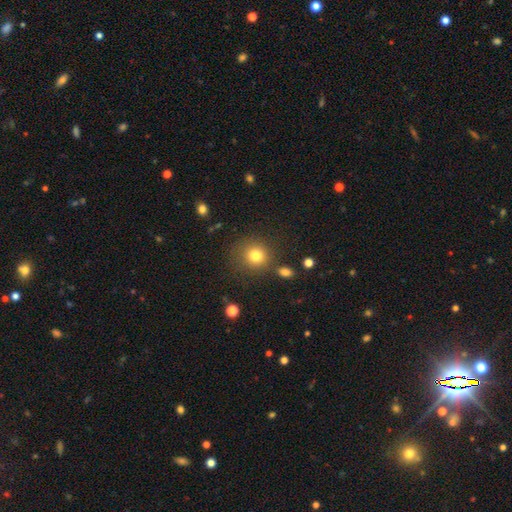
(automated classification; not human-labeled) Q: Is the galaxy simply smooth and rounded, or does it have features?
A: smooth — 79%.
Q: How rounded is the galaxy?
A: round — 88%.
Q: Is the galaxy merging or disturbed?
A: none — 79%.